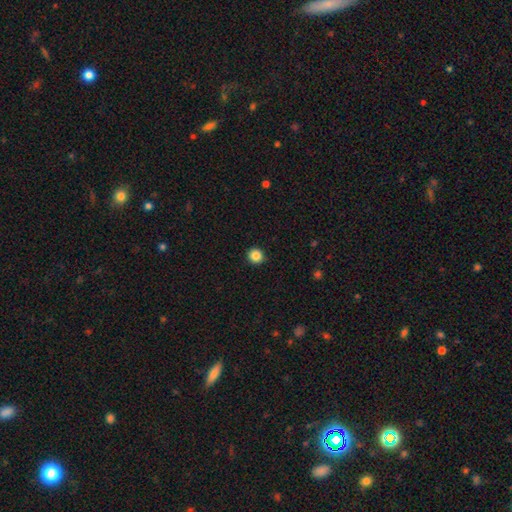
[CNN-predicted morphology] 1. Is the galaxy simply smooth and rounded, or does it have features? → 86% smooth, 10% star or artifact, 4% featured or disk.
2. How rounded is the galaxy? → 92% round, 7% in between, 1% cigar-shaped.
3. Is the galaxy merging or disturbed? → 92% none, 5% minor disturbance, 2% major disturbance, 1% merger.